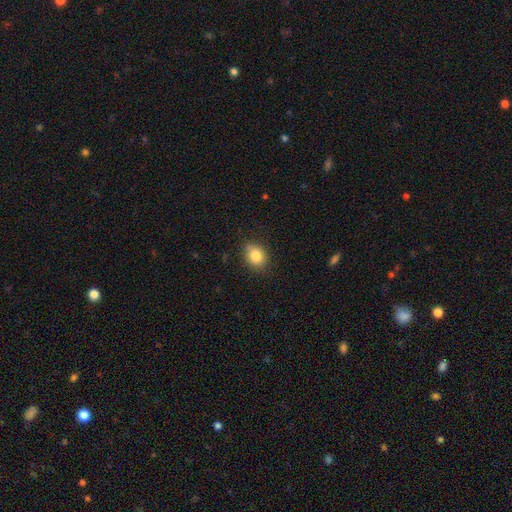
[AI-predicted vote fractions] This is clearly a smooth galaxy (83%). How rounded: possibly round (52%). Merging: clearly none (81%).